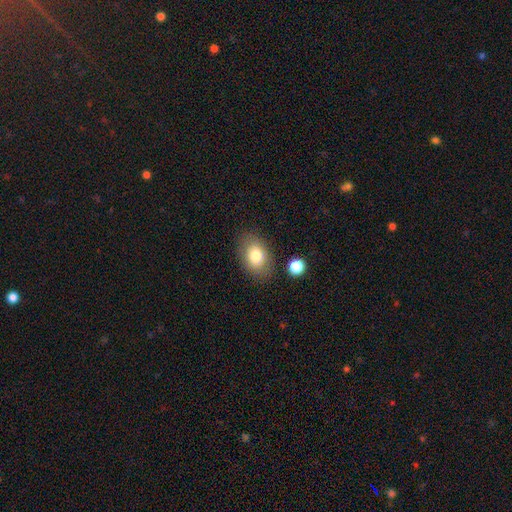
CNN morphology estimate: A smooth galaxy with no disk features (79%) that is in between round and cigar-shaped (79%). Merging: none (80%).